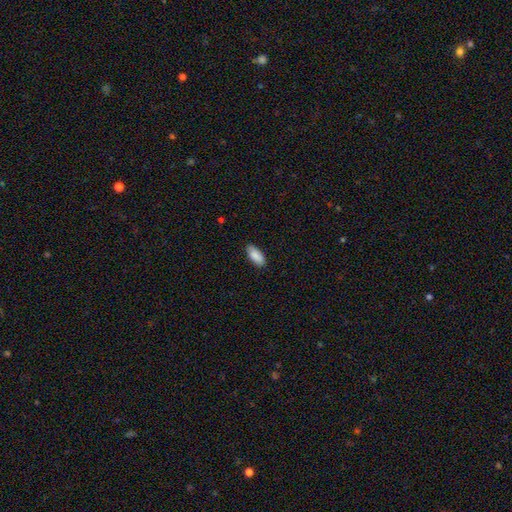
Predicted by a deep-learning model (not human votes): This is clearly a smooth galaxy (89%). How rounded: clearly in between (87%). Merging: clearly none (87%).